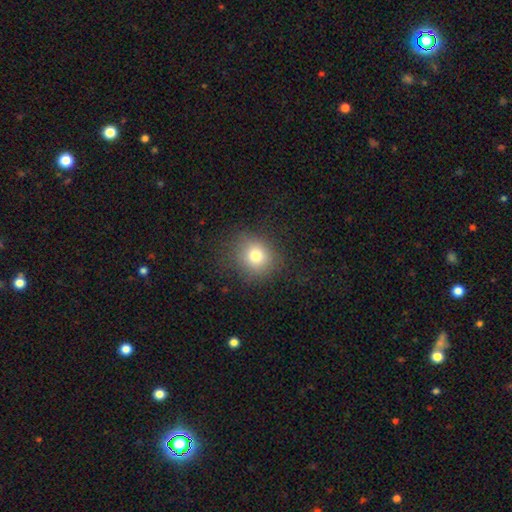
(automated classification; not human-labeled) Smooth or featured: smooth — 77% (star or artifact — 13%)
How rounded: round — 84% (in between — 15%)
Merging: none — 83% (minor disturbance — 11%)